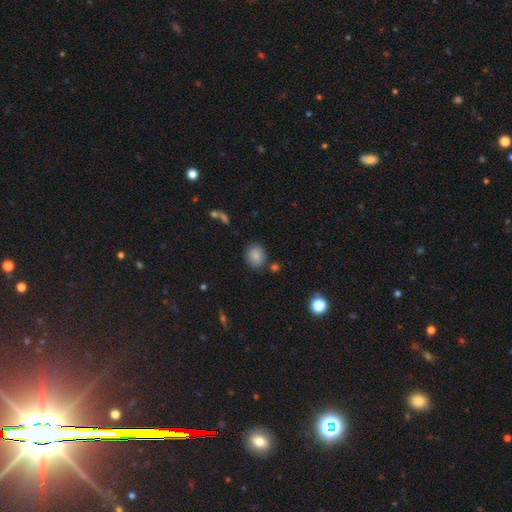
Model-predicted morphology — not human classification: This is clearly a smooth galaxy (86%). How rounded: likely round (63%). Merging: clearly none (81%).